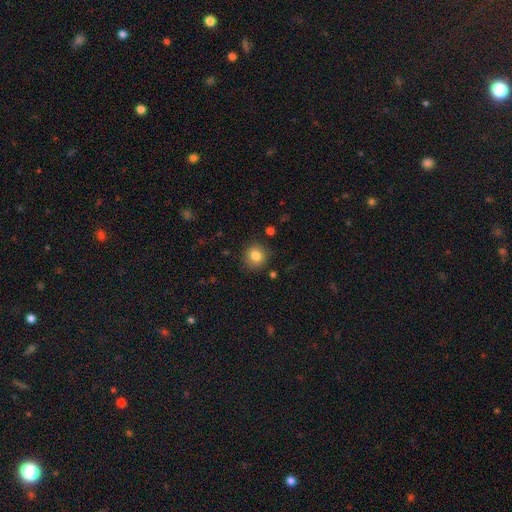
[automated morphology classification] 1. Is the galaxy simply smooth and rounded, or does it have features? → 83% smooth, 10% star or artifact, 7% featured or disk.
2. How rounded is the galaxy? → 90% round, 9% in between, 1% cigar-shaped.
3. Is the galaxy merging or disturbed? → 88% none, 8% minor disturbance, 2% major disturbance, 2% merger.